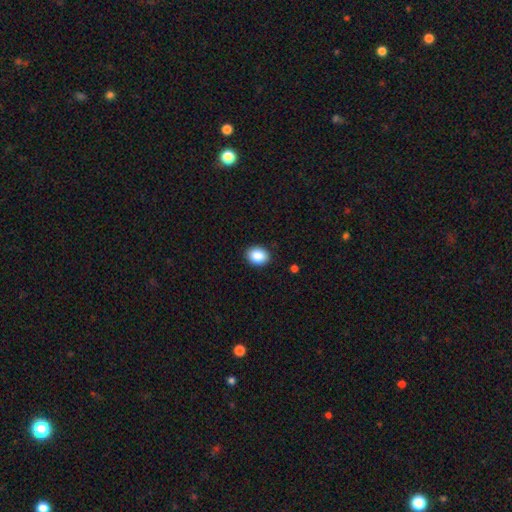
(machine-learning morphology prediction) The model was most divided on "how rounded": in between: 54%, round: 45%, cigar-shaped: 1%. More confident: merging — none (90%); smooth or featured — smooth (88%).